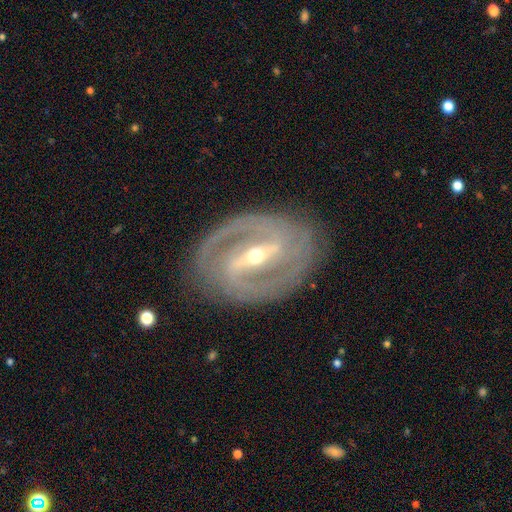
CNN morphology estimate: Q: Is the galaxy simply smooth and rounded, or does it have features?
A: featured or disk — 90%.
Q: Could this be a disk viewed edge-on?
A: no — 95%.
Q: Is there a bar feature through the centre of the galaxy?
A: strong — 70%.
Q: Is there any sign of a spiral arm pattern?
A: yes — 95%.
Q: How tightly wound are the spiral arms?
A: tight — 54%.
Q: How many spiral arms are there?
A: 2 — 78%.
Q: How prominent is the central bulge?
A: small — 52%.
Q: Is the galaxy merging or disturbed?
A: none — 82%.